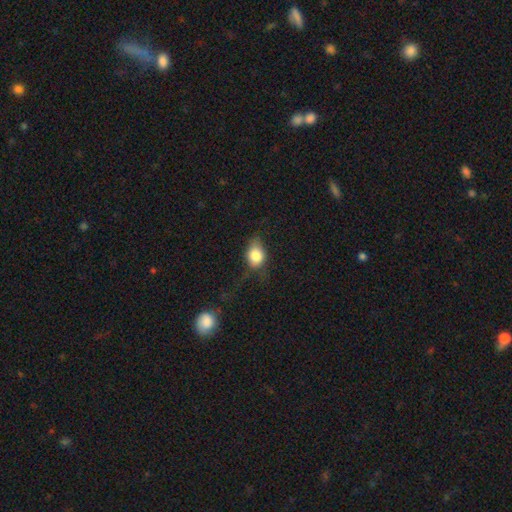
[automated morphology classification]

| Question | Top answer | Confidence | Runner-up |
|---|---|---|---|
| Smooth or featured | smooth | 77% | featured or disk (14%) |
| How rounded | in between | 64% | round (33%) |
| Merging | none | 42% | minor disturbance (32%) |